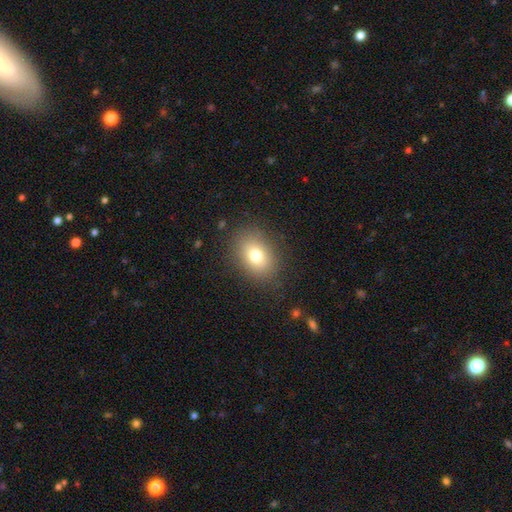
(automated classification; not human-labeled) Morphology: type=smooth (77%); roundness=in between (71%); merging=none (85%).